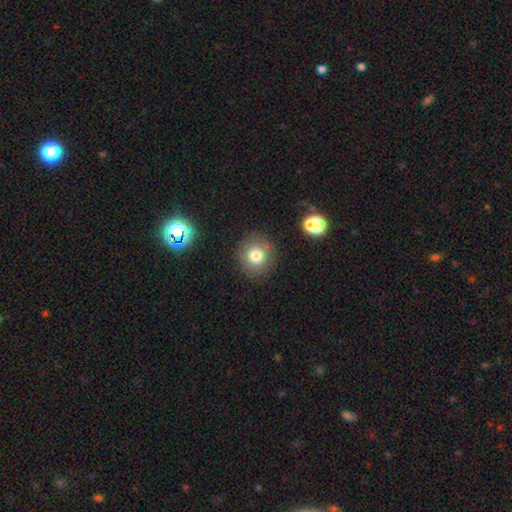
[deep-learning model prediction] smooth_or_featured: smooth (p=0.77) [alt: star or artifact p=0.13]
how_rounded: round (p=0.90) [alt: in between p=0.09]
merging: none (p=0.85) [alt: minor disturbance p=0.09]